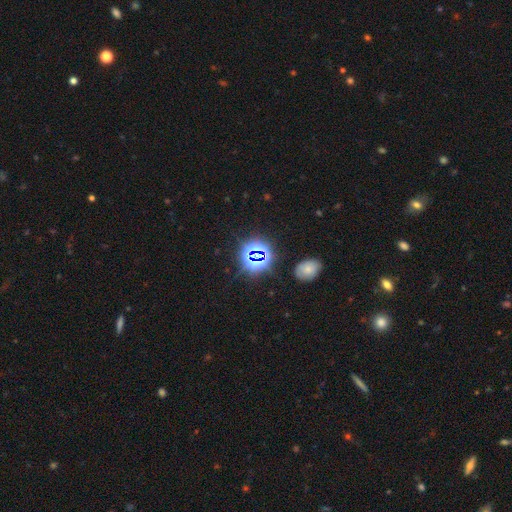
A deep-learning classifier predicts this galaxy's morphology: Overall: star or artifact (73%).